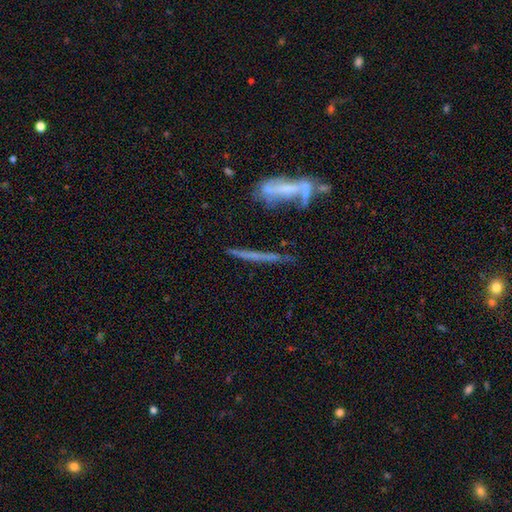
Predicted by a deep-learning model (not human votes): smooth_or_featured: featured or disk (p=0.49) [alt: smooth p=0.36]
merging: none (p=0.58) [alt: minor disturbance p=0.16]